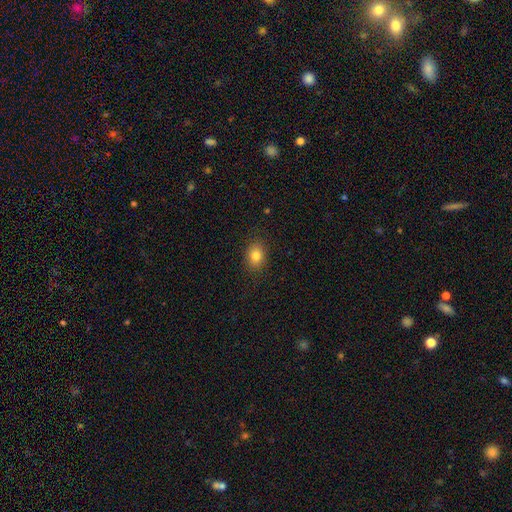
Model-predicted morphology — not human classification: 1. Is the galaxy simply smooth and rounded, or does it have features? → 82% smooth, 10% star or artifact, 7% featured or disk.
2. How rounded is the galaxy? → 65% in between, 34% round, 1% cigar-shaped.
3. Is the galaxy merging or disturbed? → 87% none, 9% minor disturbance, 3% major disturbance, 1% merger.